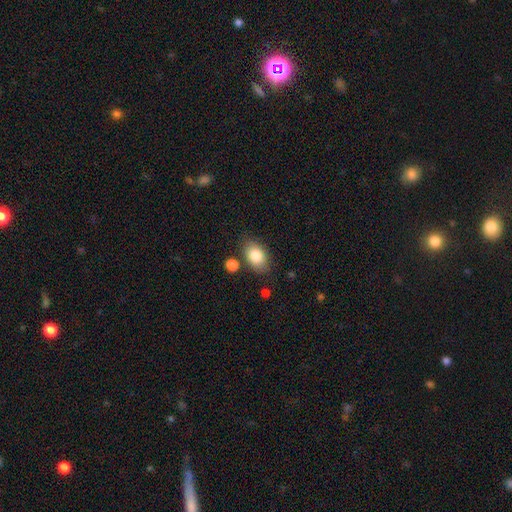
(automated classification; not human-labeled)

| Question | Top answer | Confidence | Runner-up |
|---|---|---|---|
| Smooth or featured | smooth | 84% | featured or disk (8%) |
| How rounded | in between | 86% | round (13%) |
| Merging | none | 78% | minor disturbance (13%) |